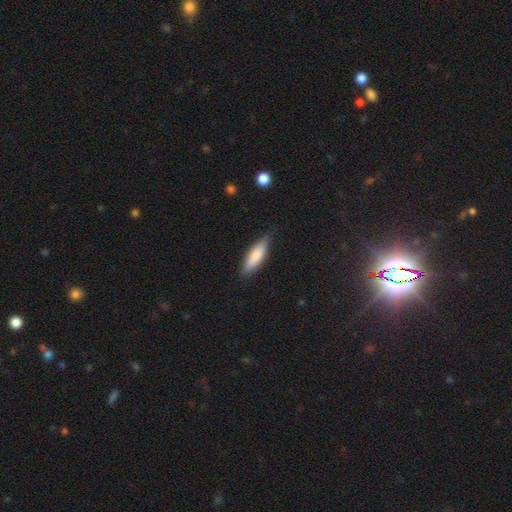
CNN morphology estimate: This is likely a smooth galaxy (77%). How rounded: possibly cigar-shaped (55%). Merging: clearly none (82%).